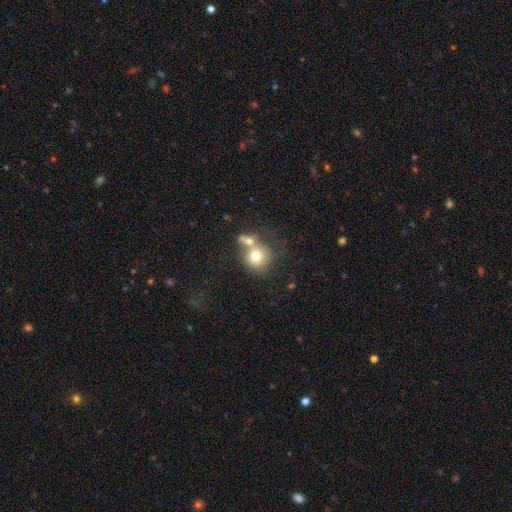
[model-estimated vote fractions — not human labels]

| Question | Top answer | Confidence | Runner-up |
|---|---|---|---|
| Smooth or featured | smooth | 70% | featured or disk (20%) |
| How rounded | round | 84% | in between (15%) |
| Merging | merger | 46% | none (38%) |